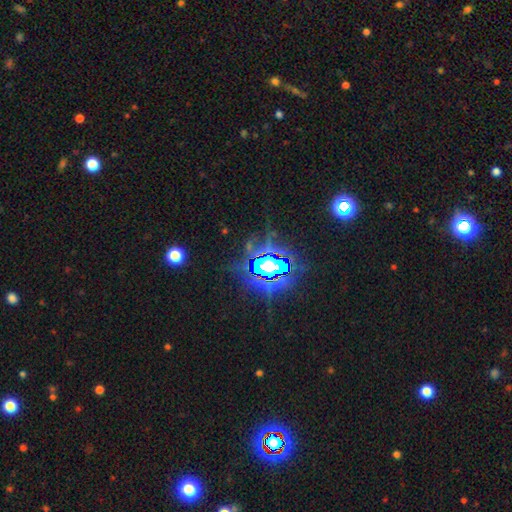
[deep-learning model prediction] Q: Smooth or featured?
A: star or artifact (82%); runner-up: smooth (9%)